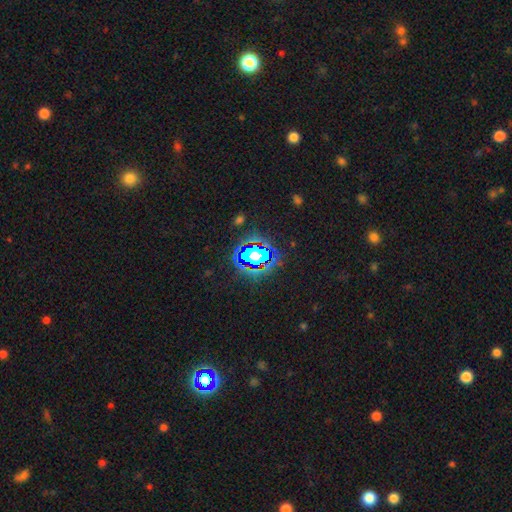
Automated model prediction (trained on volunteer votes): A star or artifact, not a galaxy (58%).